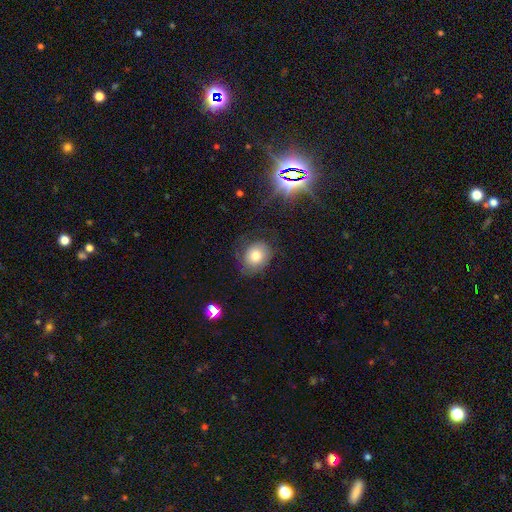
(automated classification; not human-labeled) Smooth or featured? smooth (70%)
How rounded? round (61%)
Merging? none (66%)